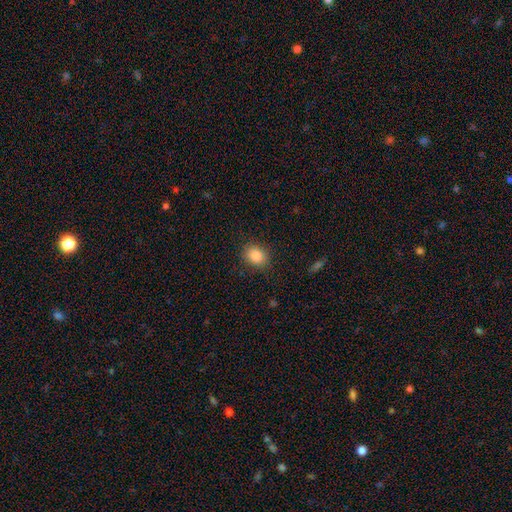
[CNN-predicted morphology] smooth-or-featured: smooth: 86% | star or artifact: 9% | featured or disk: 5%
  how-rounded: round: 52% | in between: 47% | cigar-shaped: 1%
  merging: none: 85% | minor disturbance: 11% | major disturbance: 3% | merger: 1%